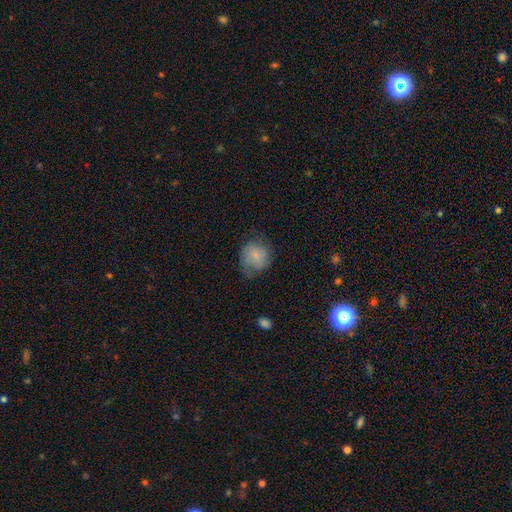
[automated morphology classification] type=smooth (74%); roundness=round (81%); merging=none (57%).